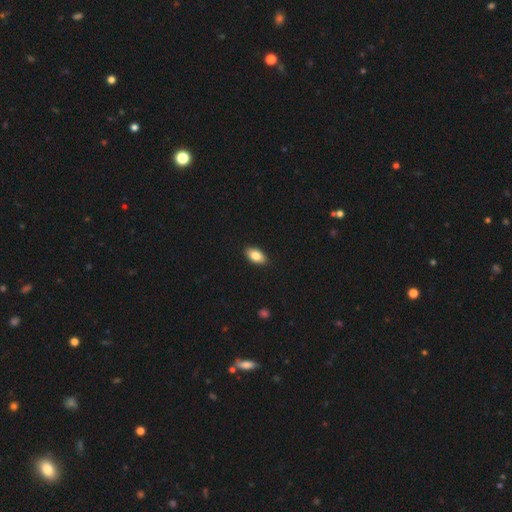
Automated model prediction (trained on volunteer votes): The model was most divided on "smooth or featured": smooth: 84%, featured or disk: 10%, star or artifact: 7%. More confident: how rounded — in between (92%); merging — none (90%).